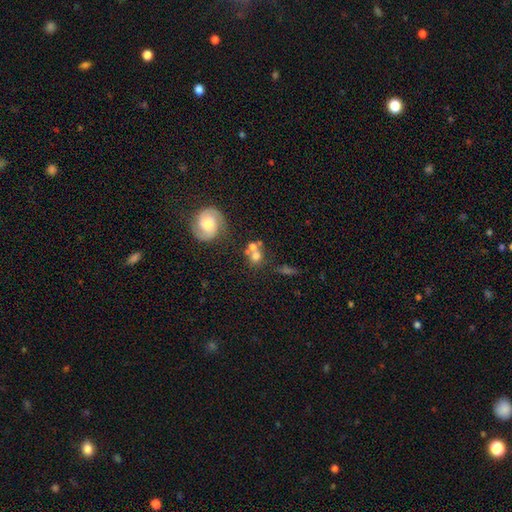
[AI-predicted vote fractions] A smooth galaxy with no disk features (62%) that is round (76%). Merging: none (47%).